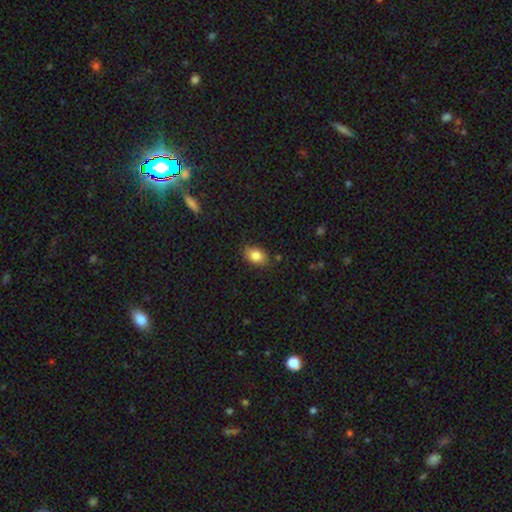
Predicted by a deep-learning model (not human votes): This is clearly a smooth galaxy (83%). How rounded: clearly in between (80%). Merging: clearly none (81%).